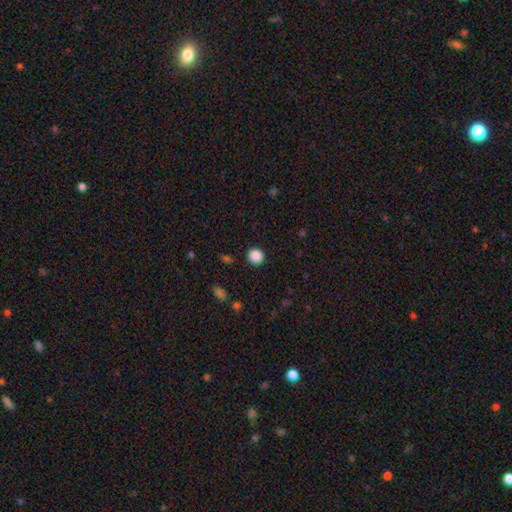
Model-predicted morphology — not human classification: Smooth or featured? smooth (88%)
How rounded? round (91%)
Merging? none (92%)